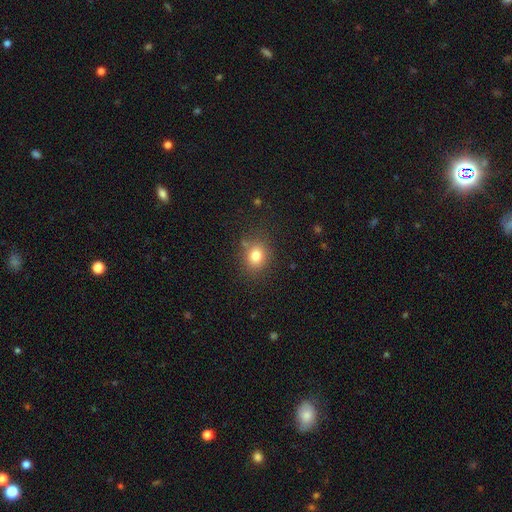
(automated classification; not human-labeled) A smooth galaxy with no disk features (79%) that is round (66%). Merging: none (80%).